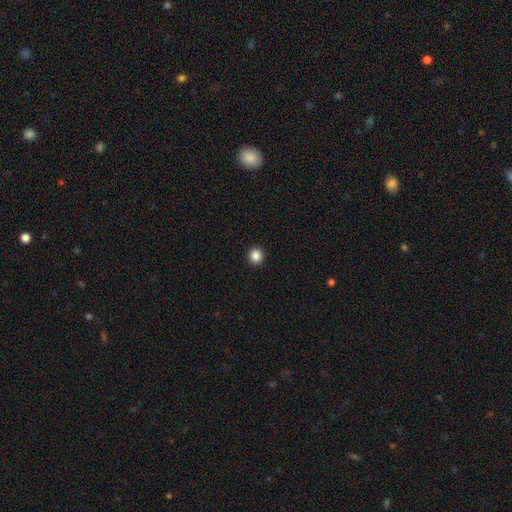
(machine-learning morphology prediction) A smooth galaxy with no disk features (87%) that is round (94%). Merging: none (93%).